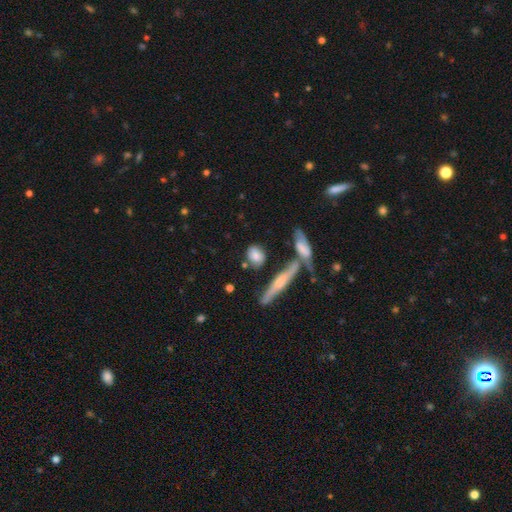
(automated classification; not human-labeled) smooth_or_featured: smooth (p=0.72) [alt: featured or disk p=0.20]
how_rounded: in between (p=0.51) [alt: round p=0.34]
merging: none (p=0.65) [alt: minor disturbance p=0.16]